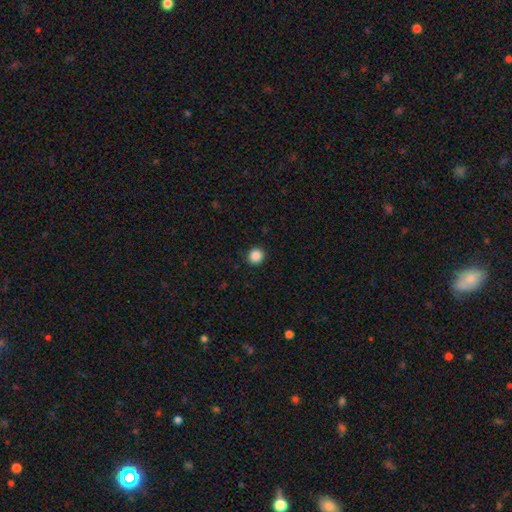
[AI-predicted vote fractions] smooth-or-featured: smooth: 88% | star or artifact: 10% | featured or disk: 3%
  how-rounded: round: 90% | in between: 9% | cigar-shaped: 1%
  merging: none: 92% | minor disturbance: 5% | major disturbance: 2% | merger: 1%